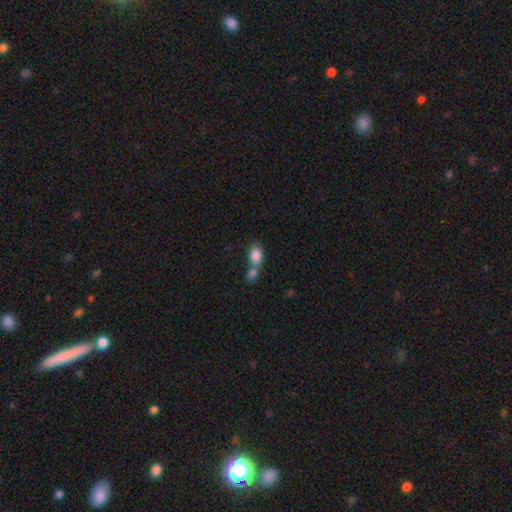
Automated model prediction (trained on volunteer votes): Smooth or featured? smooth (85%)
How rounded? in between (79%)
Merging? merger (60%)